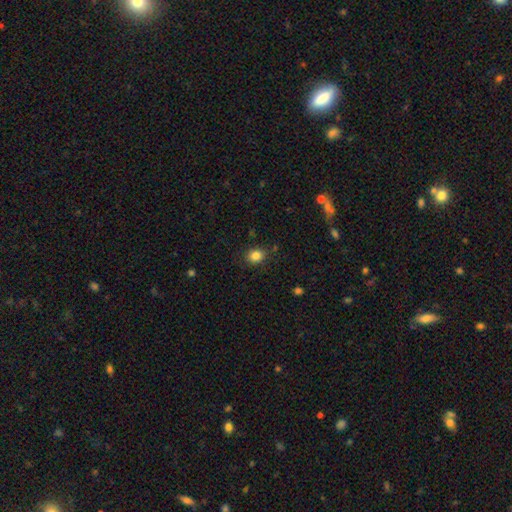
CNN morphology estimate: Overall: smooth (84%). How rounded: round (61%; in between 38%). Merging: none (84%).